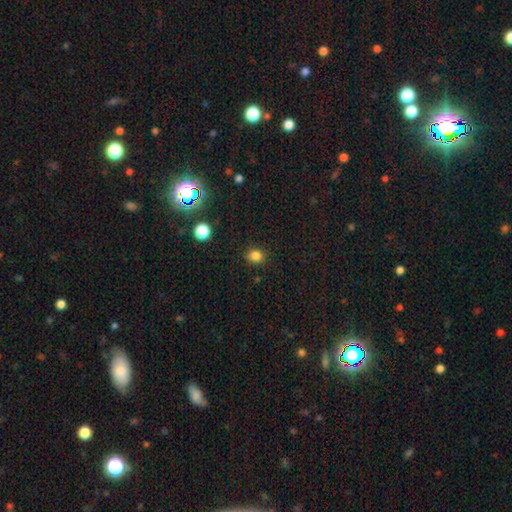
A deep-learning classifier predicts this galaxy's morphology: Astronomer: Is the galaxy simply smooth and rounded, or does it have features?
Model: smooth — 83%.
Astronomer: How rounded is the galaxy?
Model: round — 77%.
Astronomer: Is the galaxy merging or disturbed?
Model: none — 88%.